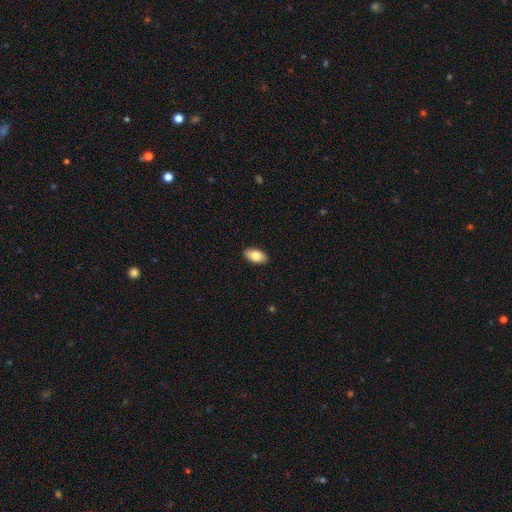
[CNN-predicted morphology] The model was most divided on "smooth or featured": smooth: 83%, featured or disk: 10%, star or artifact: 6%. More confident: how rounded — in between (94%); merging — none (89%).